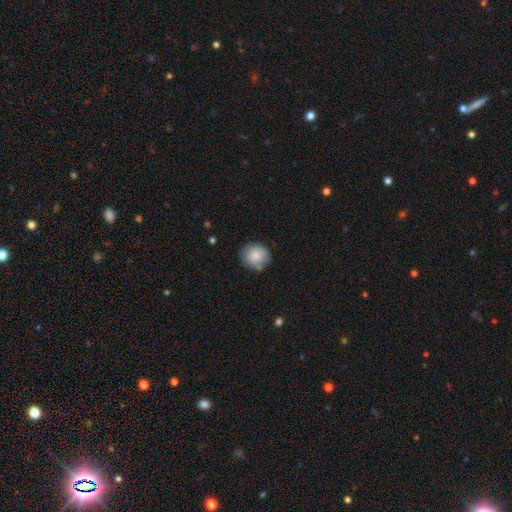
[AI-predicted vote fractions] This appears to be a smooth galaxy with no disk features (84%) that is round (87%). Merging: none (79%).